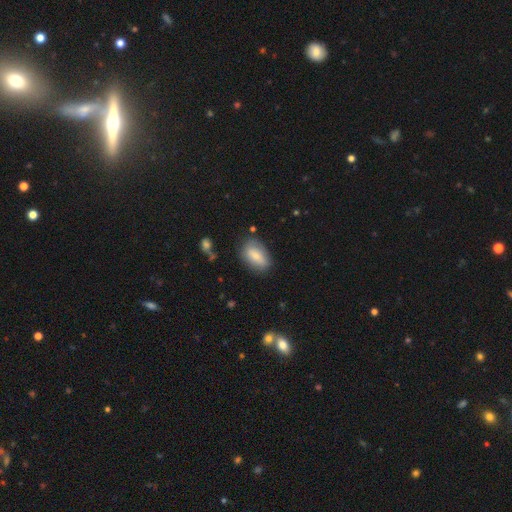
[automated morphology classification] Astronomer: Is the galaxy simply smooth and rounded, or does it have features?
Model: smooth — 73%.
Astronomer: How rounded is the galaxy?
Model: in between — 88%.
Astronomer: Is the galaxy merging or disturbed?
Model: none — 73%.